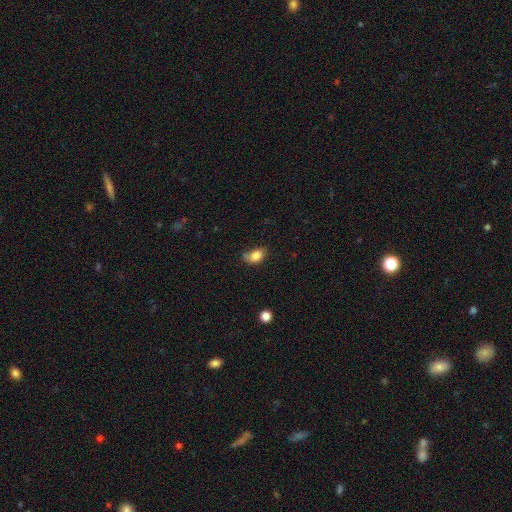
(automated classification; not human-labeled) Smooth or featured?
  - smooth: 83% *
  - star or artifact: 9%
  - featured or disk: 7%
How rounded?
  - in between: 82% *
  - round: 17%
  - cigar-shaped: 2%
Merging?
  - none: 53% *
  - minor disturbance: 32%
  - major disturbance: 9%
  - merger: 6%